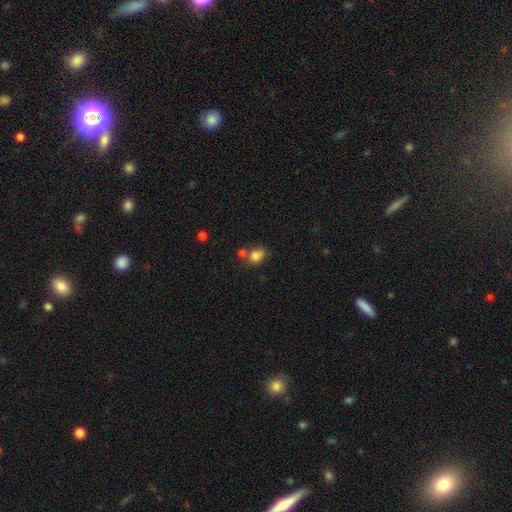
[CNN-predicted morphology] This is clearly a smooth galaxy (81%). How rounded: possibly in between (53%). Merging: possibly none (54%).